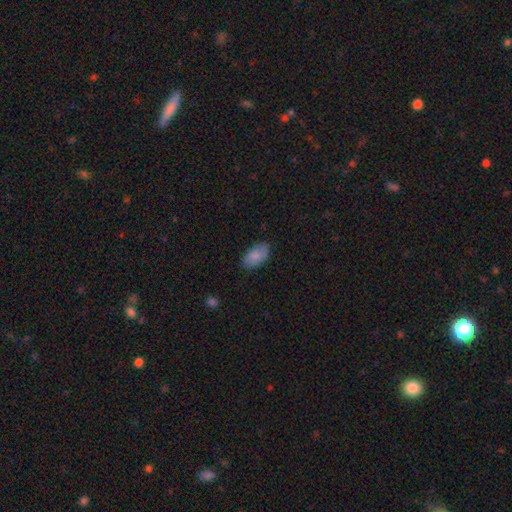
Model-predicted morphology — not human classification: A smooth galaxy with no disk features (82%) that is in between round and cigar-shaped (94%).

Vote fractions:
- Smooth or featured? smooth: 82% / featured or disk: 11% / star or artifact: 7%
- How rounded? in between: 94% / round: 3% / cigar-shaped: 2%
- Merging? none: 81% / minor disturbance: 15% / major disturbance: 3% / merger: 1%